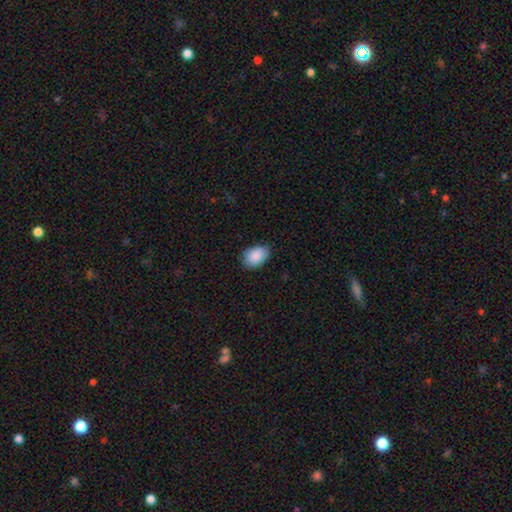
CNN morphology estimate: smooth 89%, star or artifact 6%, featured or disk 5%. Down the decision tree: how rounded — in between (85%); merging — none (77%).